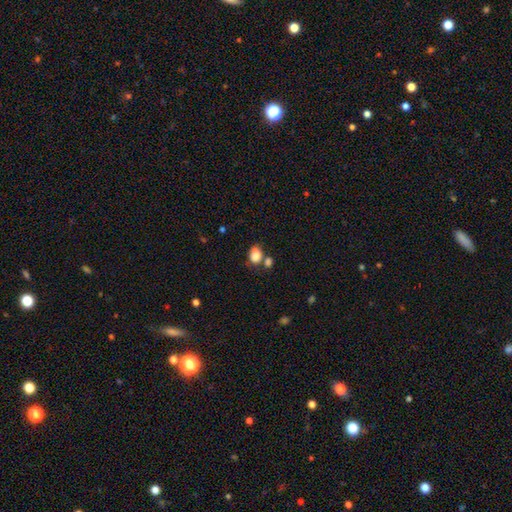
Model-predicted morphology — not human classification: Q: Smooth or featured?
A: smooth (84%); runner-up: star or artifact (9%)
Q: How rounded?
A: in between (70%); runner-up: round (29%)
Q: Merging?
A: none (48%); runner-up: merger (27%)